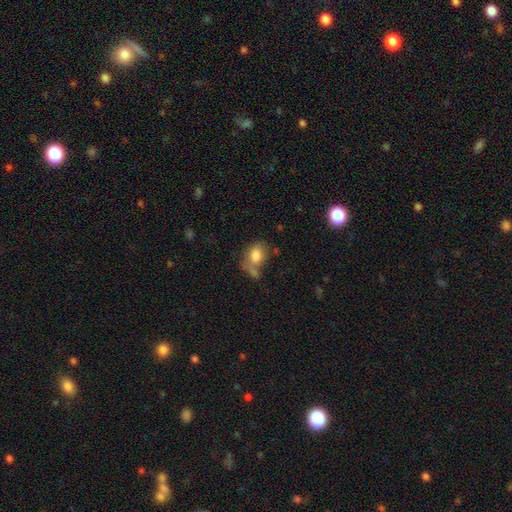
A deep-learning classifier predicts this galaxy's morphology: smooth_or_featured: smooth (p=0.79) [alt: featured or disk p=0.12]
how_rounded: in between (p=0.70) [alt: round p=0.28]
merging: none (p=0.44) [alt: merger p=0.23]